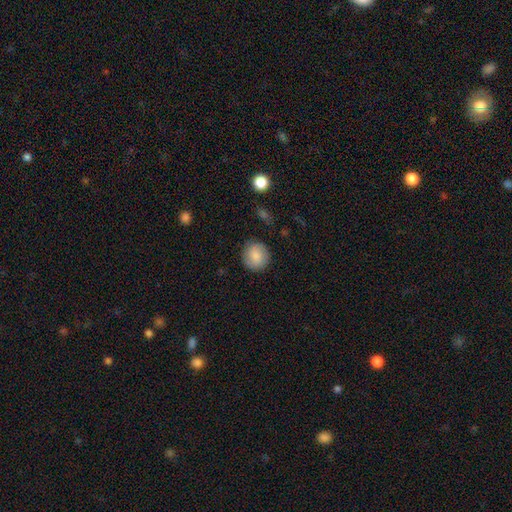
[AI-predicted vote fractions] Morphology: type=smooth (83%); roundness=round (90%); merging=none (86%).